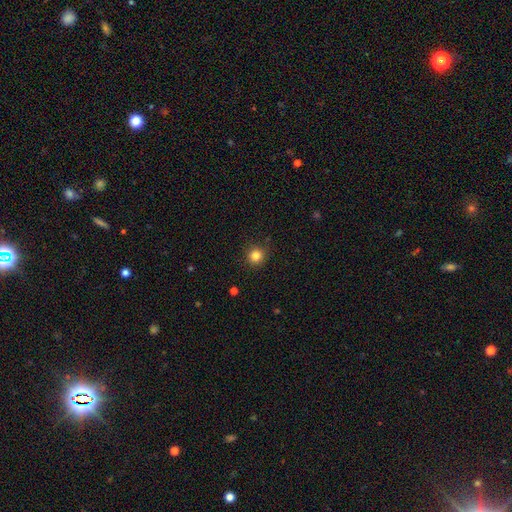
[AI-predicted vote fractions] This appears to be a smooth galaxy with no disk features (83%) that is round (94%). Merging: none (90%).